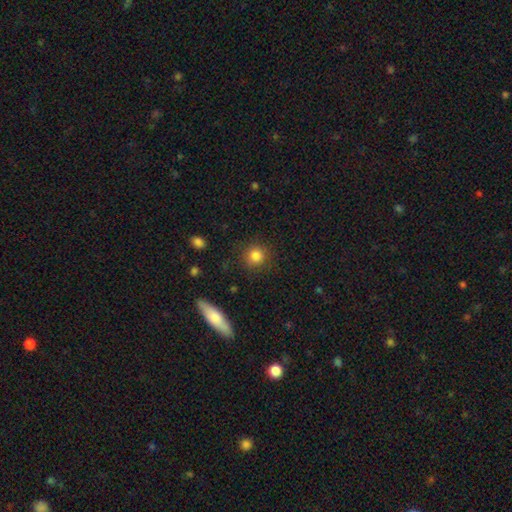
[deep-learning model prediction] Smooth or featured? Predicted: smooth (p=0.84). How rounded? Predicted: round (p=0.91). Merging? Predicted: none (p=0.87).